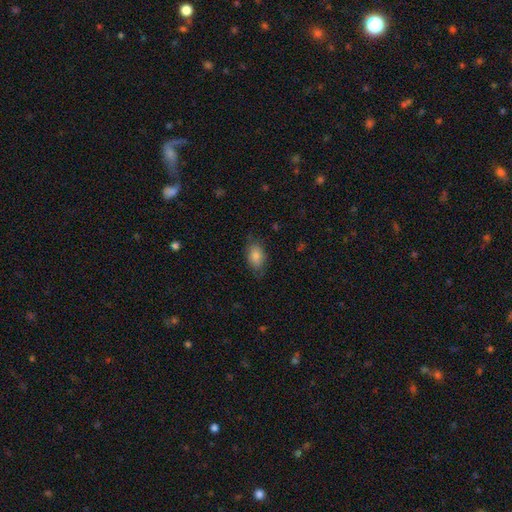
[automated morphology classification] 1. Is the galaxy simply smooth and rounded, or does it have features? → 84% smooth, 8% featured or disk, 8% star or artifact.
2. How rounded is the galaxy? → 88% in between, 9% round, 2% cigar-shaped.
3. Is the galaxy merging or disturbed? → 78% none, 17% minor disturbance, 4% major disturbance, 1% merger.